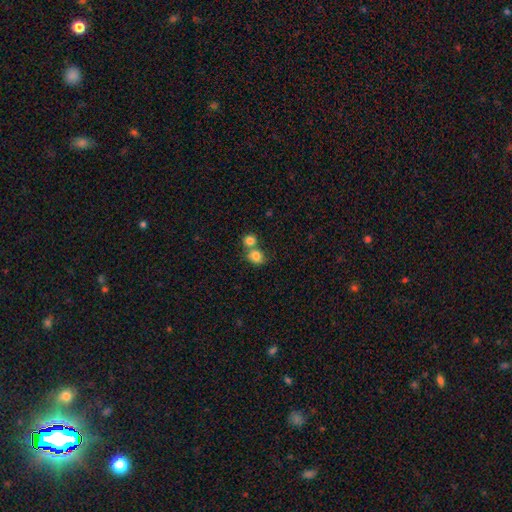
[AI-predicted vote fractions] This appears to be a smooth galaxy with no disk features (81%) that is round (69%). Merging: merger (47%).